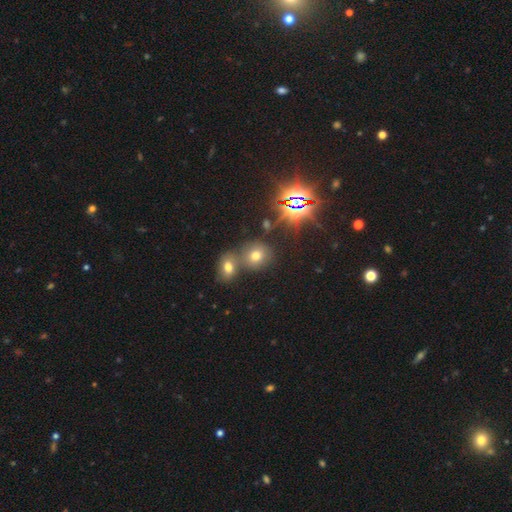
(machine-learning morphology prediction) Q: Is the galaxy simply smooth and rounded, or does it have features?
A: smooth — 63%.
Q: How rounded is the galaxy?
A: round — 75%.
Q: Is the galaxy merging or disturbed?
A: none — 53%.